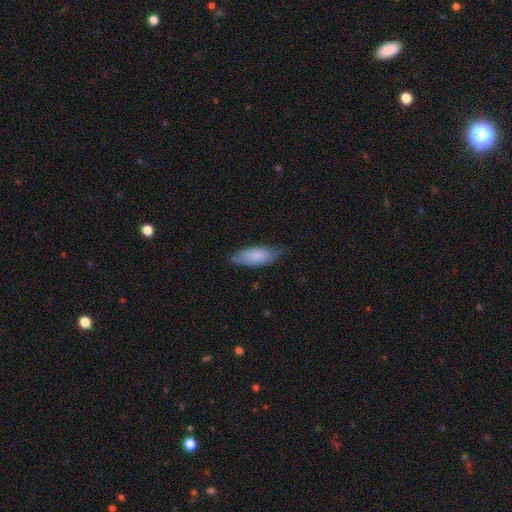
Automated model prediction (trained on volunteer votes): smooth-or-featured: smooth: 80% | featured or disk: 14% | star or artifact: 6%
  how-rounded: in between: 74% | cigar-shaped: 24% | round: 2%
  merging: none: 67% | minor disturbance: 27% | major disturbance: 5% | merger: 1%